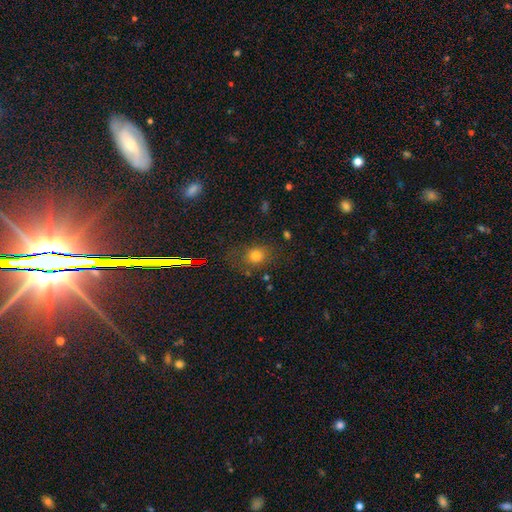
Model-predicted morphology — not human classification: Smooth or featured? smooth (74%)
How rounded? round (63%)
Merging? none (72%)